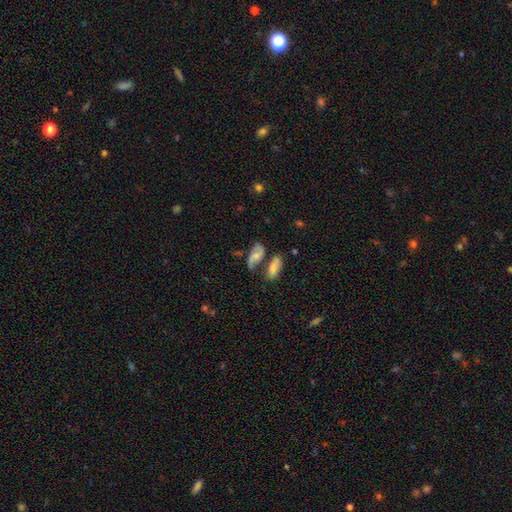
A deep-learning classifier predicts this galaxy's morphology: This is possibly a featured or disk galaxy (53%). It is clearly not viewed edge-on (92%). Merging: marginally none (38%).